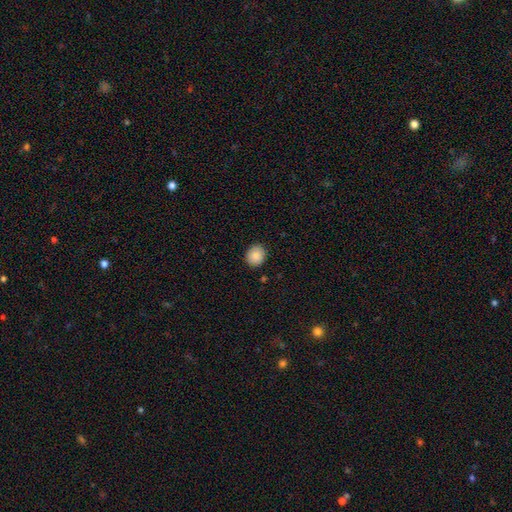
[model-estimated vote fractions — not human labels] The model was most divided on "how rounded": round: 78%, in between: 21%, cigar-shaped: 1%. More confident: merging — none (89%); smooth or featured — smooth (87%).